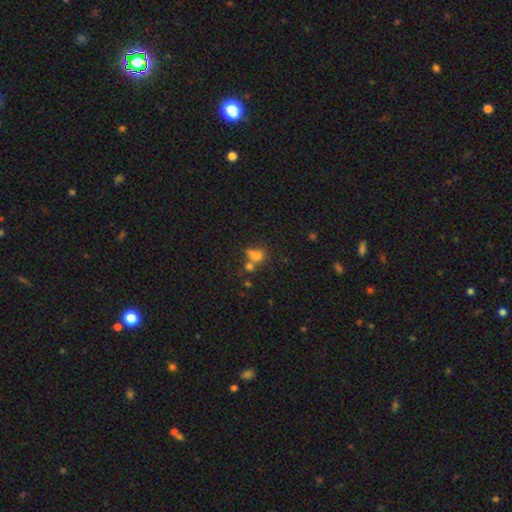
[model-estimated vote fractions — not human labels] Smooth or featured? Predicted: smooth (p=0.71). How rounded? Predicted: round (p=0.49). Merging? Predicted: merger (p=0.43).